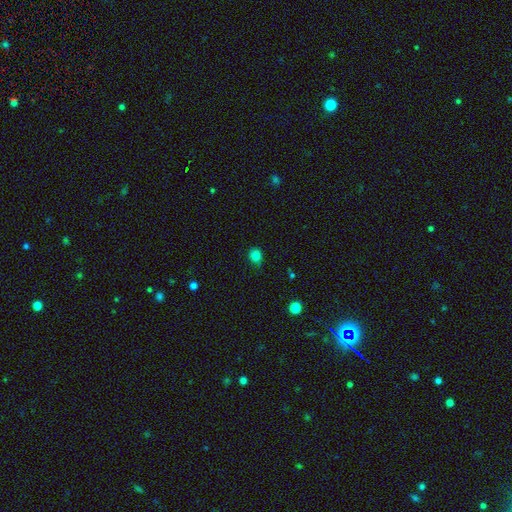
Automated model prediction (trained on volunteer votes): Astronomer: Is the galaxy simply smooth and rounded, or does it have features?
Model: smooth — 82%.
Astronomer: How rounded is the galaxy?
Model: round — 71%.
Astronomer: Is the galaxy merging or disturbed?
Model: none — 76%.